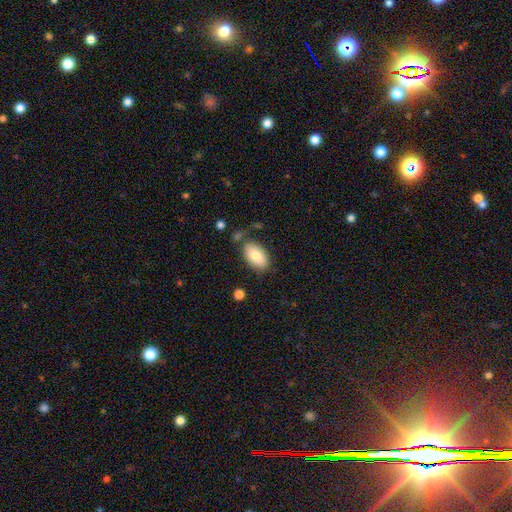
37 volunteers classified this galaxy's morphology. type=smooth (86%); roundness=in between (97%); merging=none (89%).